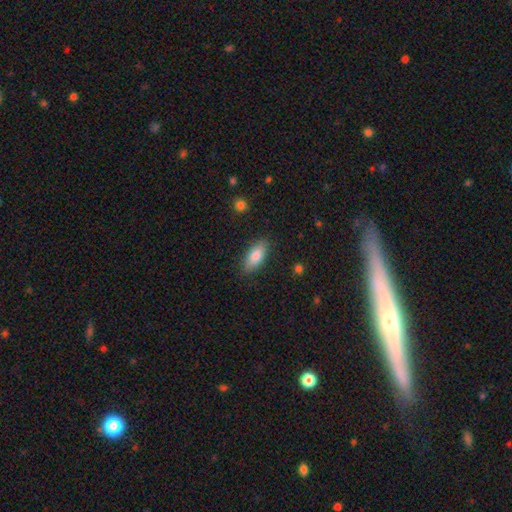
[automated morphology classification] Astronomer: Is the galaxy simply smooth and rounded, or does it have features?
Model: smooth — 82%.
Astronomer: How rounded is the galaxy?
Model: in between — 81%.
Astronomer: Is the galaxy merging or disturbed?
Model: none — 86%.